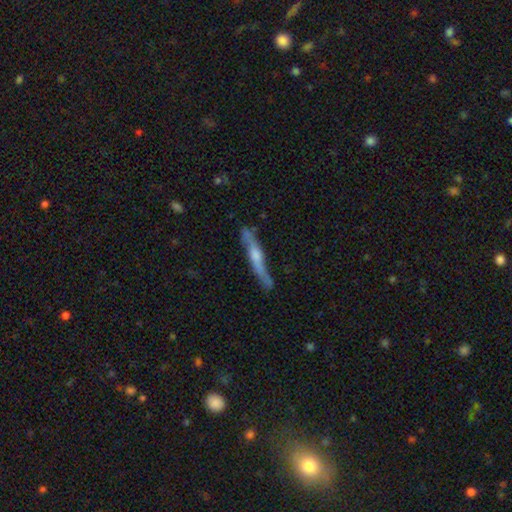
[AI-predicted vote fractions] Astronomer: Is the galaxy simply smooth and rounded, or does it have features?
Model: featured or disk — 68%.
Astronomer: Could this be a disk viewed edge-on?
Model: yes — 91%.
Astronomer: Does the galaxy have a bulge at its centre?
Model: rounded — 72%.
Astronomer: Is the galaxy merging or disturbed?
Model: none — 75%.